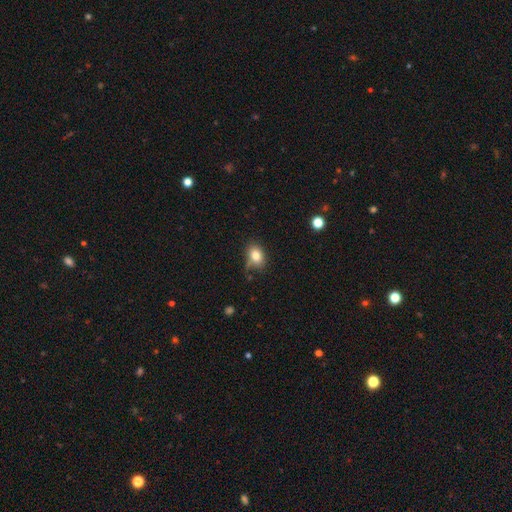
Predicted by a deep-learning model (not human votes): Smooth or featured? smooth (82%)
How rounded? in between (72%)
Merging? none (64%)